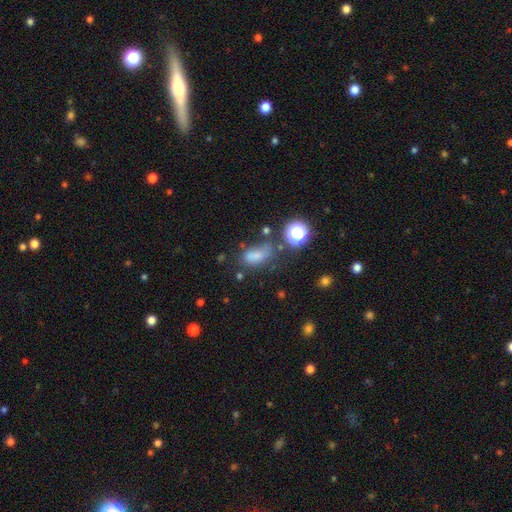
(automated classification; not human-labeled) Smooth or featured?
  - smooth: 69% *
  - star or artifact: 19%
  - featured or disk: 12%
How rounded?
  - in between: 80% *
  - round: 14%
  - cigar-shaped: 6%
Merging?
  - none: 43% *
  - minor disturbance: 26%
  - major disturbance: 19%
  - merger: 12%